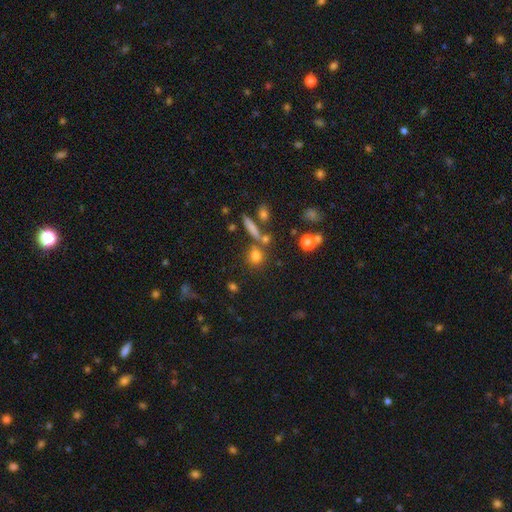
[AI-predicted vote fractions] Smooth or featured?
  - smooth: 74% *
  - star or artifact: 16%
  - featured or disk: 10%
How rounded?
  - round: 74% *
  - in between: 18%
  - cigar-shaped: 9%
Merging?
  - none: 67% *
  - merger: 18%
  - minor disturbance: 10%
  - major disturbance: 5%